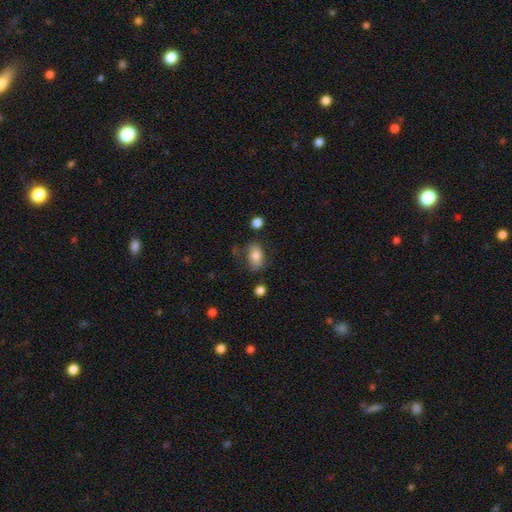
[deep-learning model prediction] Overall: smooth (77%). How rounded: in between (86%). Merging: none (62%; minor disturbance 24%).